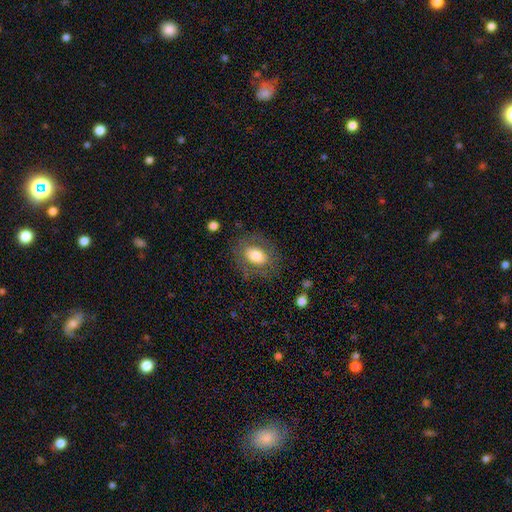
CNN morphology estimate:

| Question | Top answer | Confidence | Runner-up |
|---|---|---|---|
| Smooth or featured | smooth | 70% | featured or disk (22%) |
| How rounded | in between | 75% | round (24%) |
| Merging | none | 76% | minor disturbance (14%) |